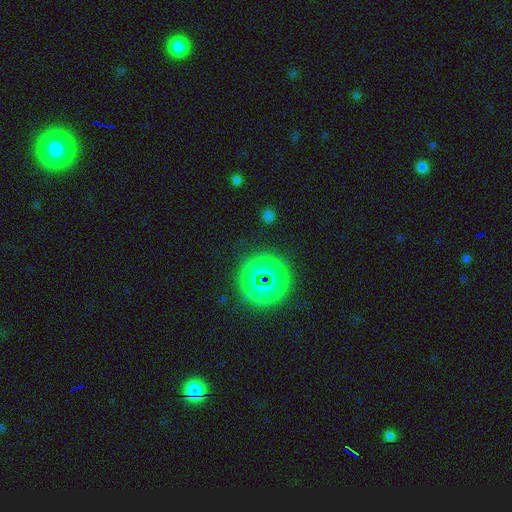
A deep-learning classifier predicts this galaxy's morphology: The model was most divided on "smooth or featured": star or artifact: 74%, smooth: 17%, featured or disk: 9%.